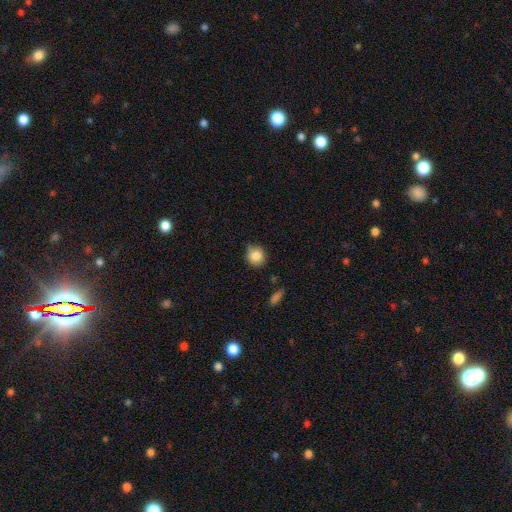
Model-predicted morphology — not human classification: A smooth galaxy with no disk features (84%) that is round (86%). Merging: none (69%).